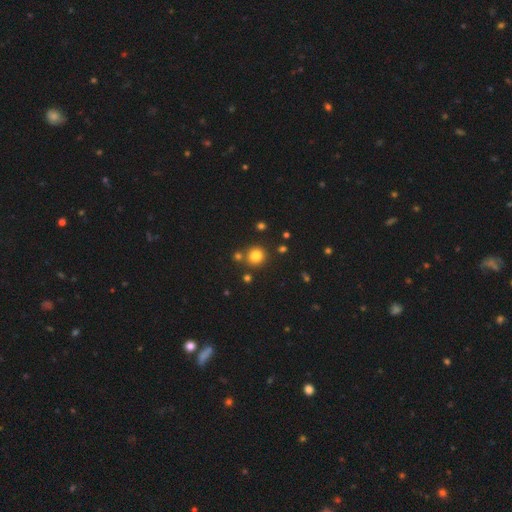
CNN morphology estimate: smooth_or_featured: smooth (p=0.81) [alt: star or artifact p=0.13]
how_rounded: round (p=0.88) [alt: in between p=0.12]
merging: none (p=0.79) [alt: merger p=0.10]